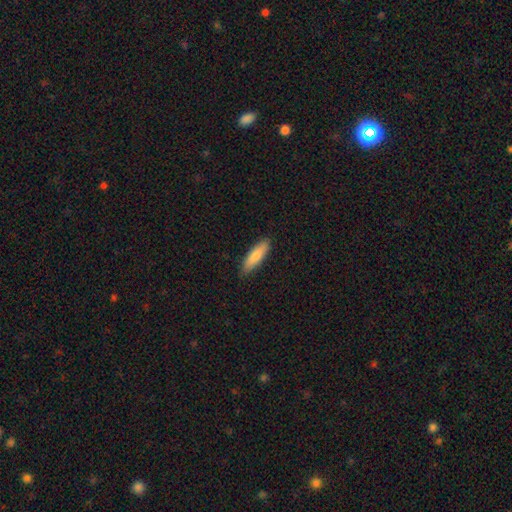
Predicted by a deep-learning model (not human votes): smooth 80%, featured or disk 15%, star or artifact 5%. Down the decision tree: how rounded — cigar-shaped (60%); merging — none (87%).